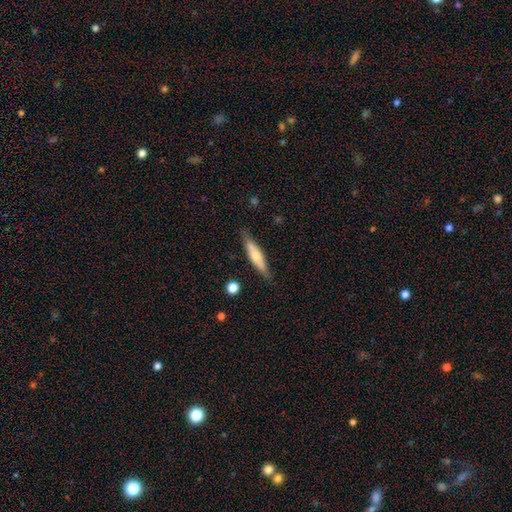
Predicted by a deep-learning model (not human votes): Overall: smooth (52%; featured or disk 42%). How rounded: cigar-shaped (78%). Merging: none (83%).